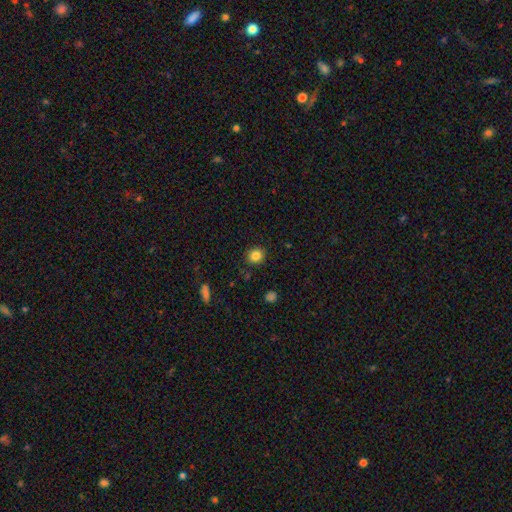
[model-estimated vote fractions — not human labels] Q: Smooth or featured?
A: smooth (84%); runner-up: star or artifact (11%)
Q: How rounded?
A: round (85%); runner-up: in between (14%)
Q: Merging?
A: none (90%); runner-up: minor disturbance (7%)